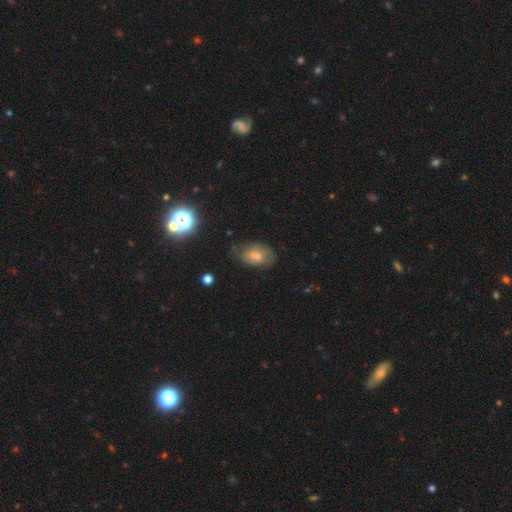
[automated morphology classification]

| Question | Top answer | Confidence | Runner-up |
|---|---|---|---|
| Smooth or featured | smooth | 61% | featured or disk (28%) |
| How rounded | in between | 90% | round (8%) |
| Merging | none | 58% | minor disturbance (29%) |